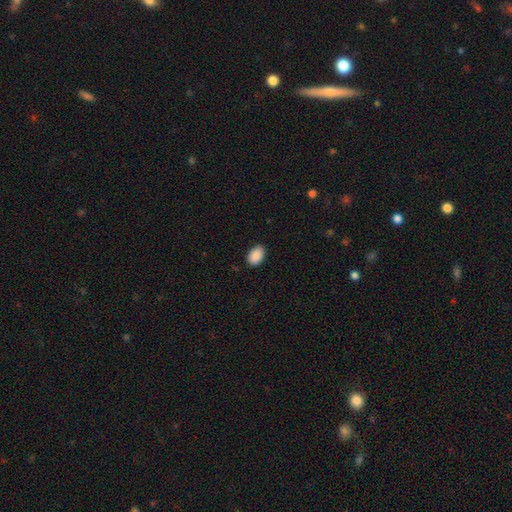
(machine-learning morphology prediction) type=smooth (91%); roundness=in between (90%); merging=none (87%).